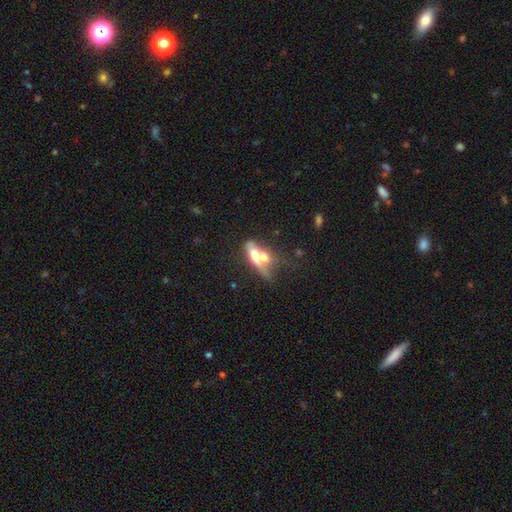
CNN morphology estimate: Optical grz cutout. It shows a smooth galaxy with no disk features (52%) that is in between round and cigar-shaped (57%). Merging: merger (61%).